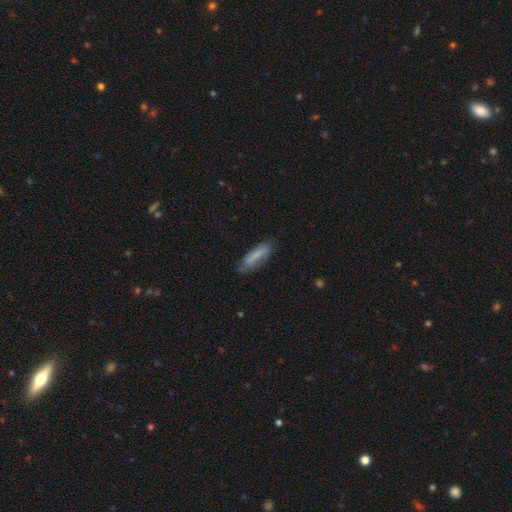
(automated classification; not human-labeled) This is likely a smooth galaxy (72%). How rounded: possibly cigar-shaped (57%). Merging: likely none (73%).